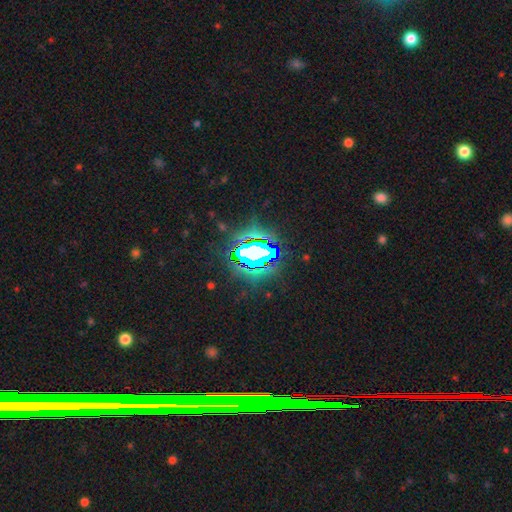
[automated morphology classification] Smooth or featured?
  - star or artifact: 73% *
  - smooth: 14%
  - featured or disk: 13%